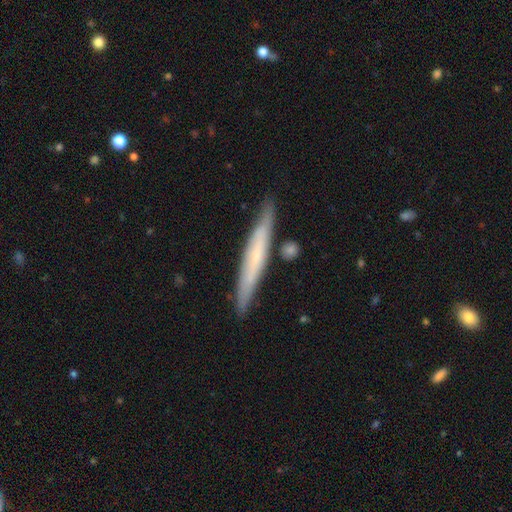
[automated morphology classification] A featured or disk galaxy (49%). Merging: none (84%).